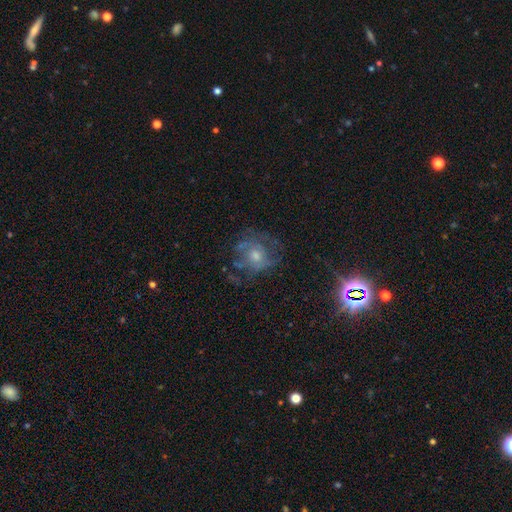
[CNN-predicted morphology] type=featured or disk (60%); edge-on=no (96%); bar=no (80%); spiral arms=yes (71%); bulge=moderate (53%); merging=none (64%).